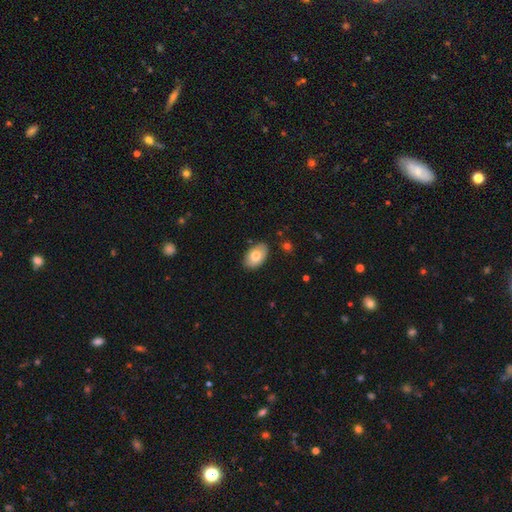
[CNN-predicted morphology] This appears to be a smooth galaxy with no disk features (76%) that is in between round and cigar-shaped (92%). Merging: none (84%).